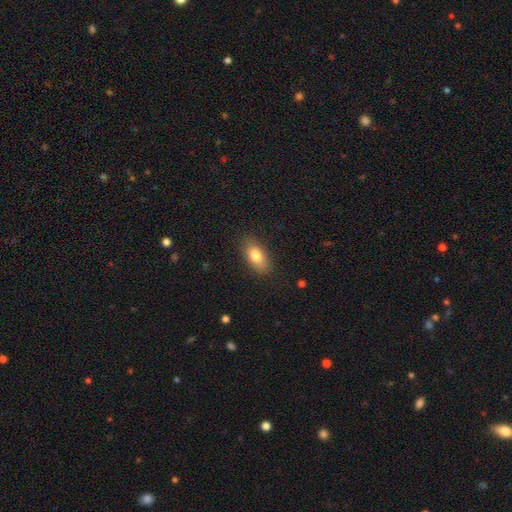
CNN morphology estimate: type=smooth (79%); roundness=in between (86%); merging=none (84%).